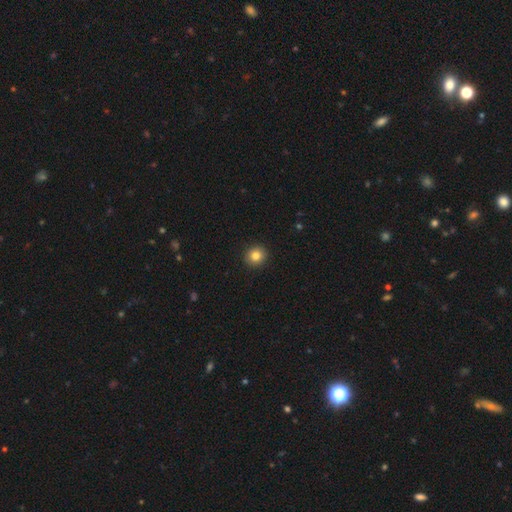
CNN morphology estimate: Overall: smooth (83%). How rounded: round (90%). Merging: none (93%).